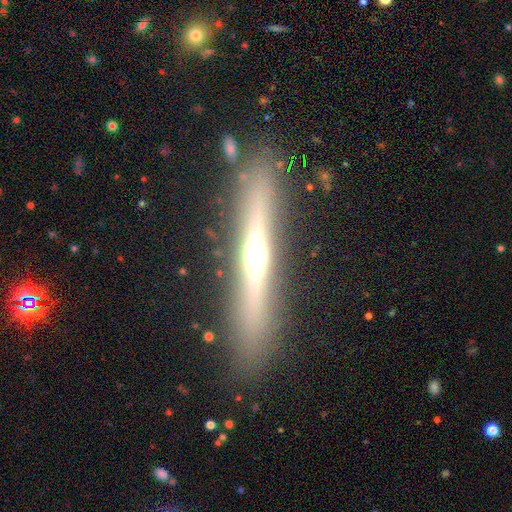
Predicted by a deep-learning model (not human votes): A featured or disk galaxy (65%) viewed edge-on (94%) with a rounded central bulge (86%). Merging: none (87%).